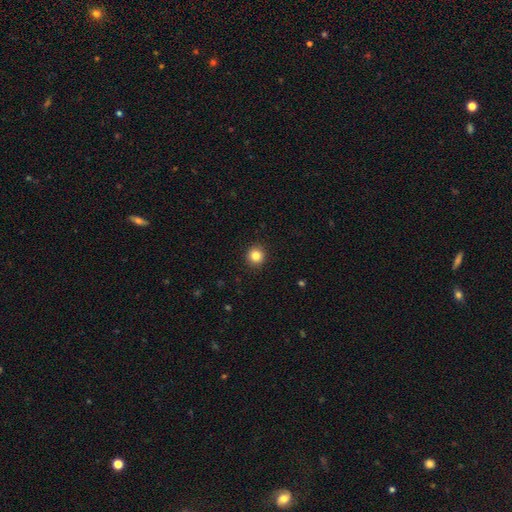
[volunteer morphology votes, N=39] Overall: smooth (87%). How rounded: round (97%). Merging: none (92%).